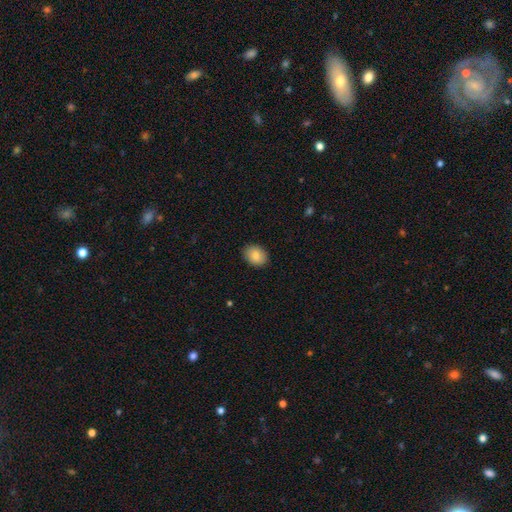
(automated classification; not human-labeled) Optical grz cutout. It shows a smooth galaxy with no disk features (84%) that is in between round and cigar-shaped (59%). Merging: none (89%).